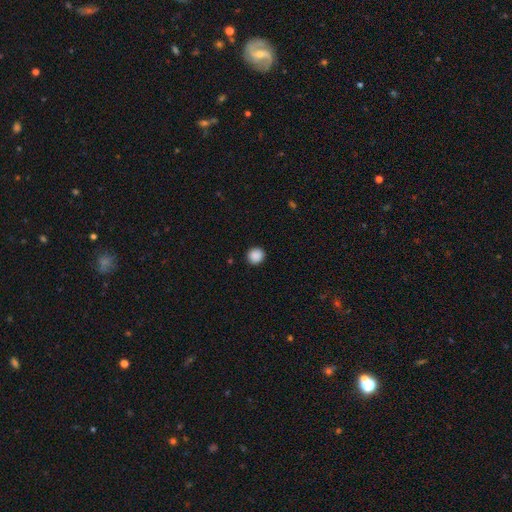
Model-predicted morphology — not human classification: Smooth or featured?
  - smooth: 89% *
  - star or artifact: 9%
  - featured or disk: 2%
How rounded?
  - round: 93% *
  - in between: 6%
  - cigar-shaped: 1%
Merging?
  - none: 92% *
  - minor disturbance: 5%
  - major disturbance: 2%
  - merger: 1%